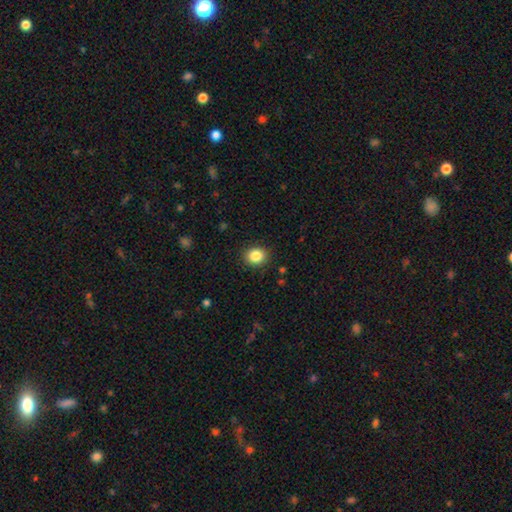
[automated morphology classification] The model was most divided on "how rounded": round: 74%, in between: 25%, cigar-shaped: 1%. More confident: merging — none (89%); smooth or featured — smooth (86%).